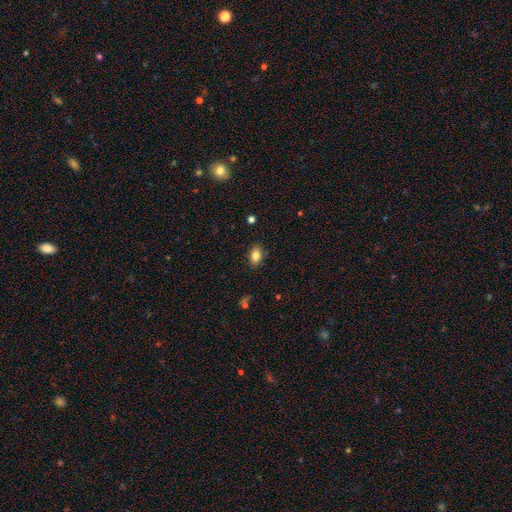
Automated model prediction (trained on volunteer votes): Smooth or featured? Predicted: smooth (p=0.83). How rounded? Predicted: in between (p=0.86). Merging? Predicted: none (p=0.87).